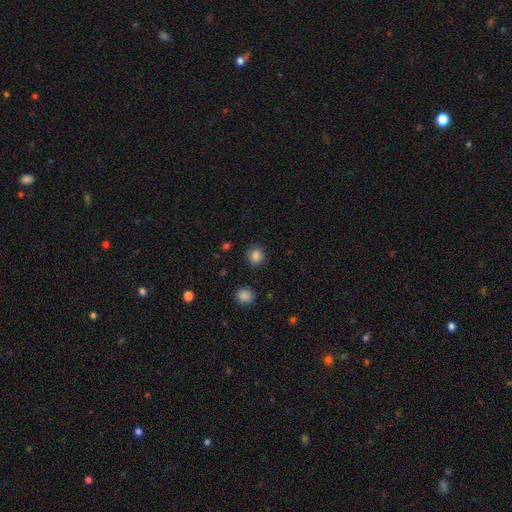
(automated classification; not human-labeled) Overall: smooth (85%). How rounded: round (88%). Merging: none (89%).